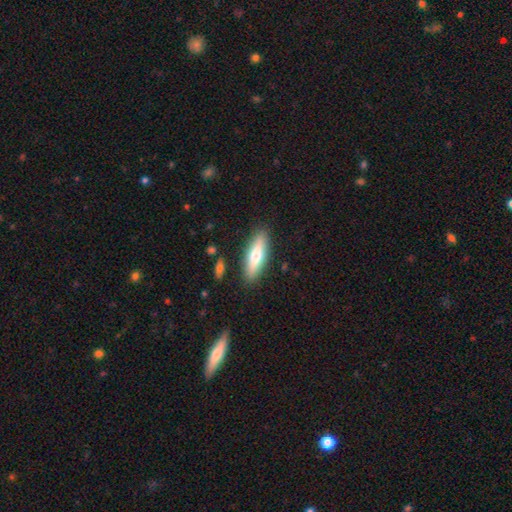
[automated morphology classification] Overall: smooth (62%; featured or disk 33%). How rounded: cigar-shaped (56%; in between 42%). Merging: none (87%).